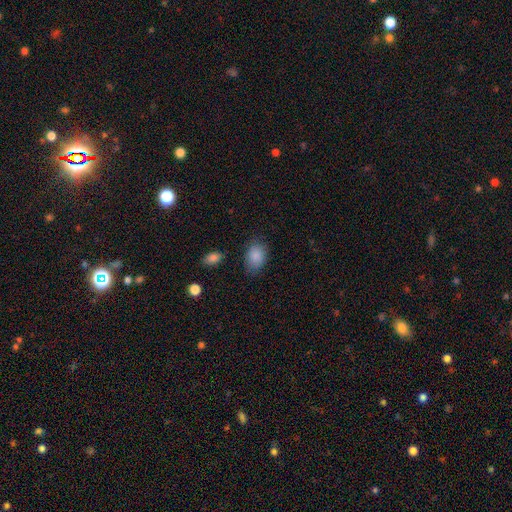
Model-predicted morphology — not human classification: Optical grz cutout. It shows a smooth galaxy with no disk features (88%) that is in between round and cigar-shaped (80%). Merging: none (77%).